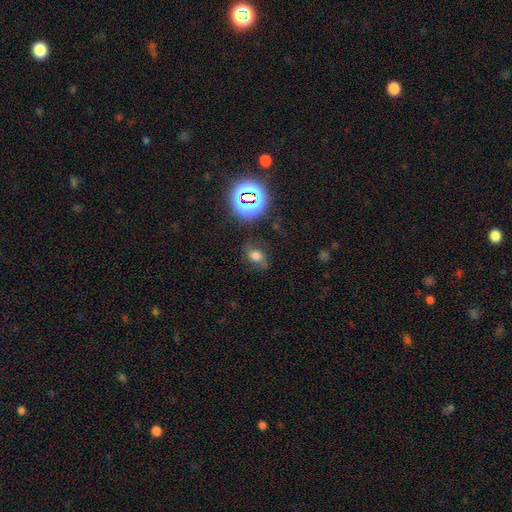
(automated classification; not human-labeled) Smooth or featured?
  - smooth: 60% *
  - star or artifact: 24%
  - featured or disk: 16%
How rounded?
  - in between: 69% *
  - round: 29%
  - cigar-shaped: 2%
Merging?
  - none: 68% *
  - minor disturbance: 21%
  - major disturbance: 8%
  - merger: 3%